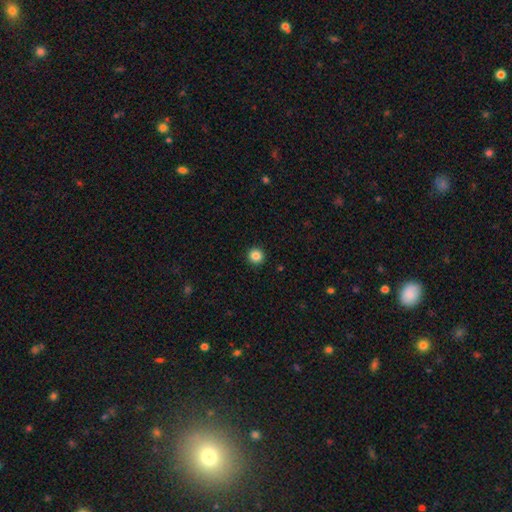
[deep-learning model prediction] A smooth galaxy with no disk features (85%) that is round (96%).

Vote fractions:
- Smooth or featured? smooth: 85% / star or artifact: 11% / featured or disk: 4%
- How rounded? round: 96% / in between: 3% / cigar-shaped: 1%
- Merging? none: 94% / minor disturbance: 4% / major disturbance: 1% / merger: 1%